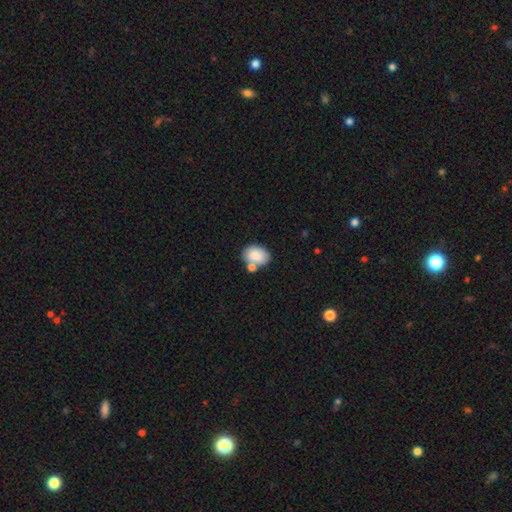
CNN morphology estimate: This is clearly a smooth galaxy (85%). How rounded: likely in between (79%). Merging: possibly none (58%).